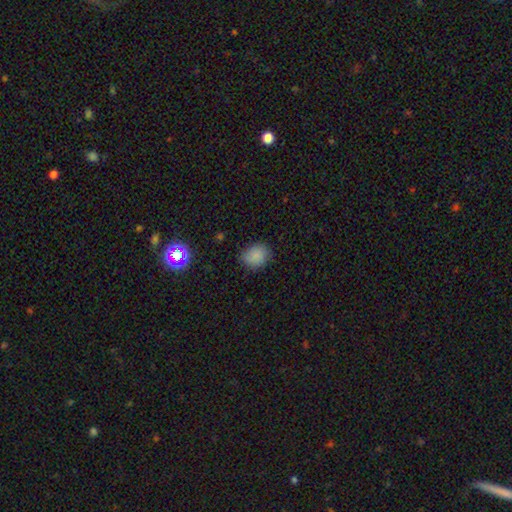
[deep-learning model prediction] Smooth or featured: smooth — 83% (star or artifact — 11%)
How rounded: round — 55% (in between — 44%)
Merging: none — 78% (minor disturbance — 17%)